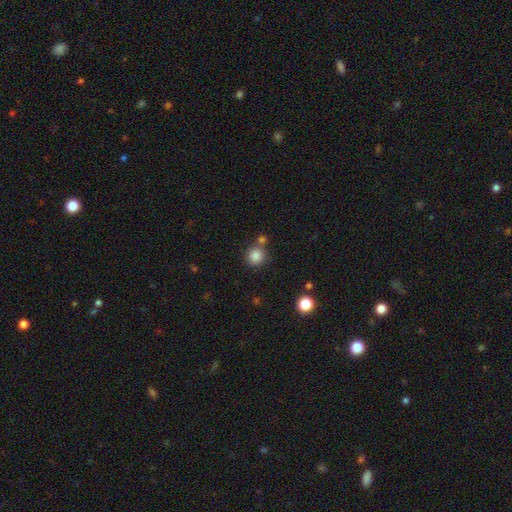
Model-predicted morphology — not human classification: type=smooth (85%); roundness=round (91%); merging=none (71%).